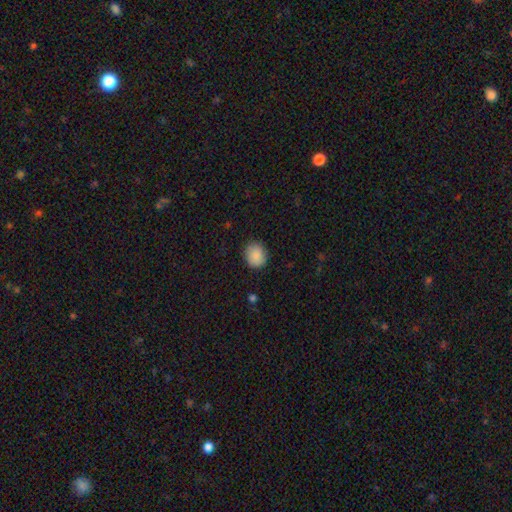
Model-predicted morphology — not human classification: A smooth galaxy with no disk features (88%) that is round (69%).

Vote fractions:
- Smooth or featured? smooth: 88% / star or artifact: 8% / featured or disk: 4%
- How rounded? round: 69% / in between: 30% / cigar-shaped: 1%
- Merging? none: 85% / minor disturbance: 12% / major disturbance: 3% / merger: 1%